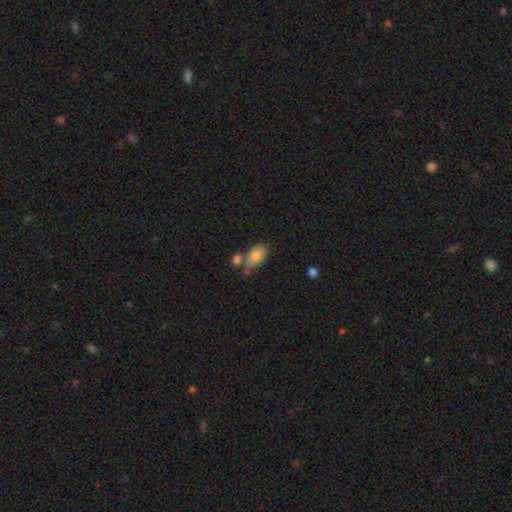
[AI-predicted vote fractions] Smooth or featured?
  - smooth: 80% *
  - featured or disk: 12%
  - star or artifact: 8%
How rounded?
  - in between: 89% *
  - round: 9%
  - cigar-shaped: 2%
Merging?
  - none: 43% *
  - merger: 28%
  - minor disturbance: 21%
  - major disturbance: 8%